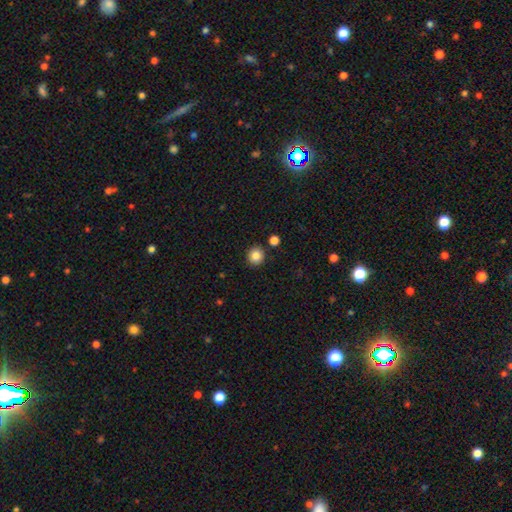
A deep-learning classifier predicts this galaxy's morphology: Q: Smooth or featured?
A: smooth (85%); runner-up: star or artifact (10%)
Q: How rounded?
A: round (93%); runner-up: in between (6%)
Q: Merging?
A: none (89%); runner-up: minor disturbance (6%)